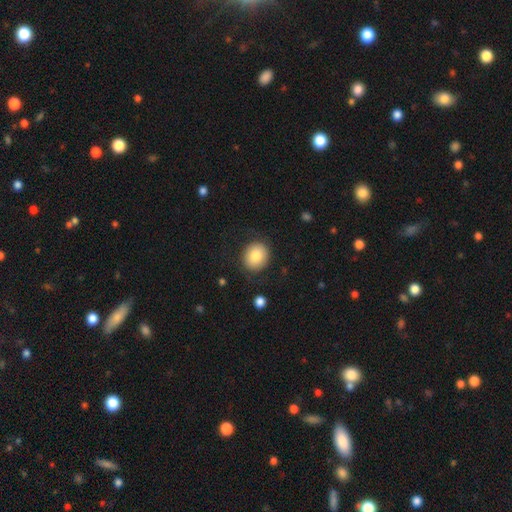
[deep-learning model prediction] This is clearly a smooth galaxy (81%). How rounded: likely round (78%). Merging: clearly none (84%).